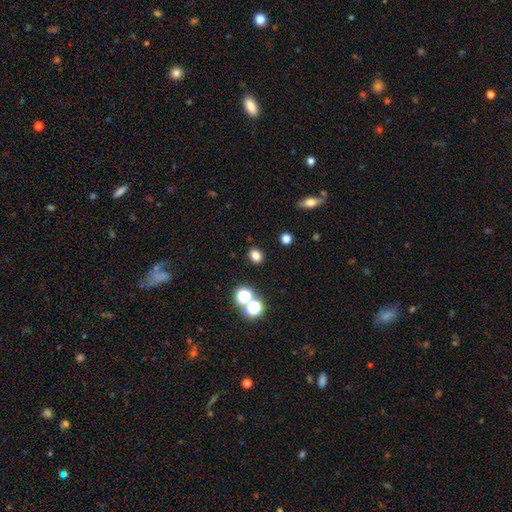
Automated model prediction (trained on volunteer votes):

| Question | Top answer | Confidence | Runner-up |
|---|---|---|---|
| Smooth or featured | smooth | 79% | star or artifact (16%) |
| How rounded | round | 54% | in between (45%) |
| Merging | none | 87% | minor disturbance (7%) |